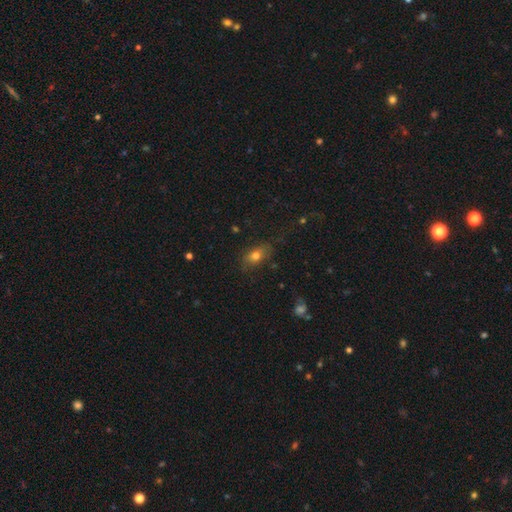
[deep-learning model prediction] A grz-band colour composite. It shows a smooth galaxy with no disk features (74%) that is in between round and cigar-shaped (77%). Merging: none (76%).